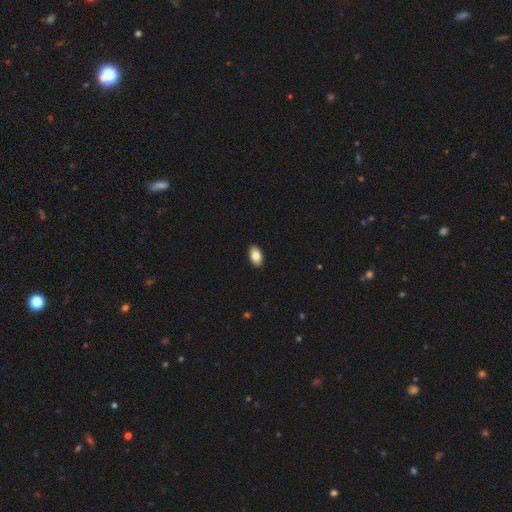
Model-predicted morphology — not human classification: Smooth or featured?
  - smooth: 85% *
  - featured or disk: 7%
  - star or artifact: 7%
How rounded?
  - in between: 93% *
  - round: 6%
  - cigar-shaped: 1%
Merging?
  - none: 91% *
  - minor disturbance: 7%
  - major disturbance: 2%
  - merger: 1%